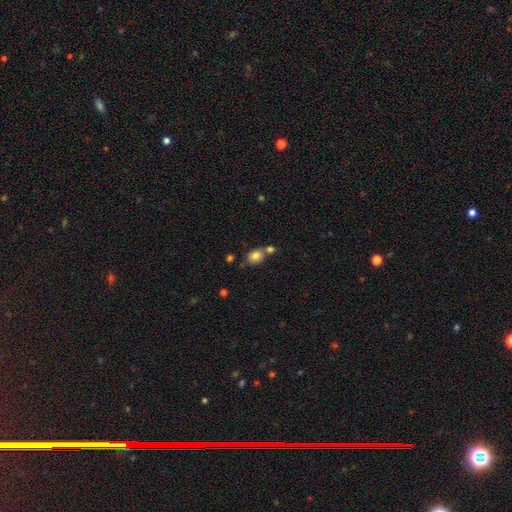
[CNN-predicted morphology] type=smooth (79%); roundness=in between (52%); merging=none (54%).